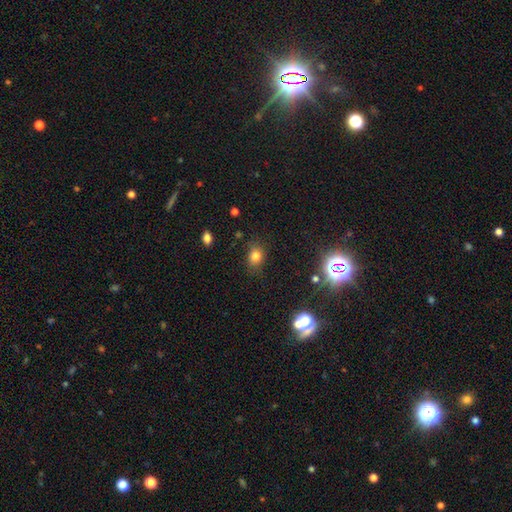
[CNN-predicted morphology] smooth 77%, star or artifact 16%, featured or disk 7%. Down the decision tree: how rounded — in between (51%); merging — none (79%).